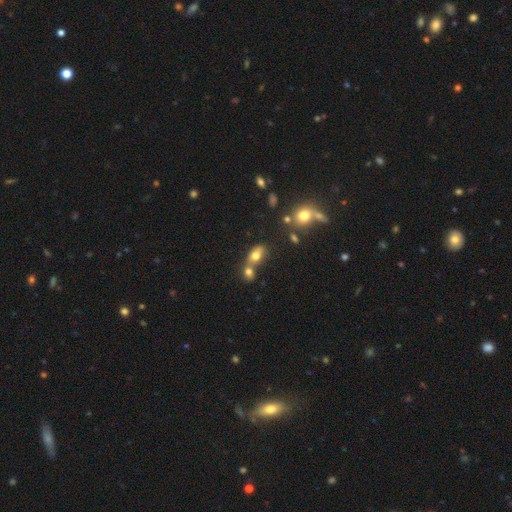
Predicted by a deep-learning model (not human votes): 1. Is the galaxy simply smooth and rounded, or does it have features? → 73% smooth, 15% featured or disk, 13% star or artifact.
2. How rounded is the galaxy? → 73% in between, 23% round, 4% cigar-shaped.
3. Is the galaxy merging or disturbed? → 54% merger, 30% none, 10% minor disturbance, 5% major disturbance.